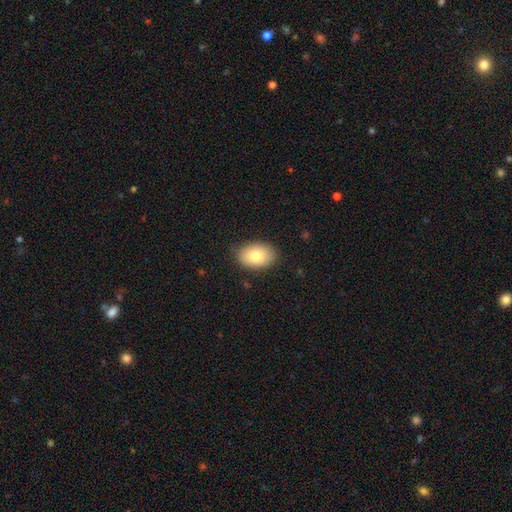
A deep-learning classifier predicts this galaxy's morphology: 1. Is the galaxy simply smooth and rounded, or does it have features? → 80% smooth, 12% featured or disk, 8% star or artifact.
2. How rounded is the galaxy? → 86% in between, 13% round, 1% cigar-shaped.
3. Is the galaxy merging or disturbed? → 85% none, 12% minor disturbance, 2% major disturbance, 1% merger.